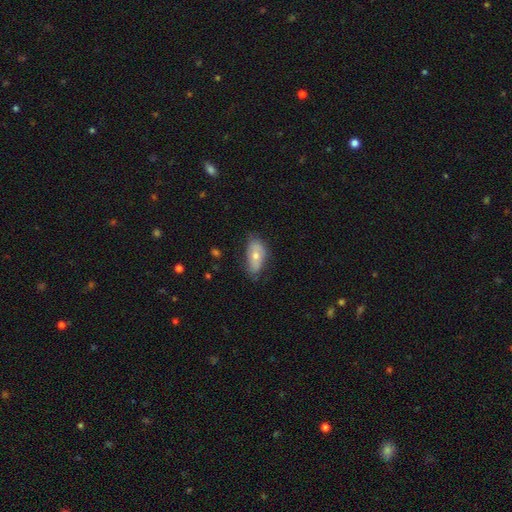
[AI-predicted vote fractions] Smooth or featured?
  - smooth: 56% *
  - featured or disk: 35%
  - star or artifact: 8%
How rounded?
  - in between: 90% *
  - round: 6%
  - cigar-shaped: 5%
Merging?
  - none: 66% *
  - minor disturbance: 26%
  - major disturbance: 6%
  - merger: 1%